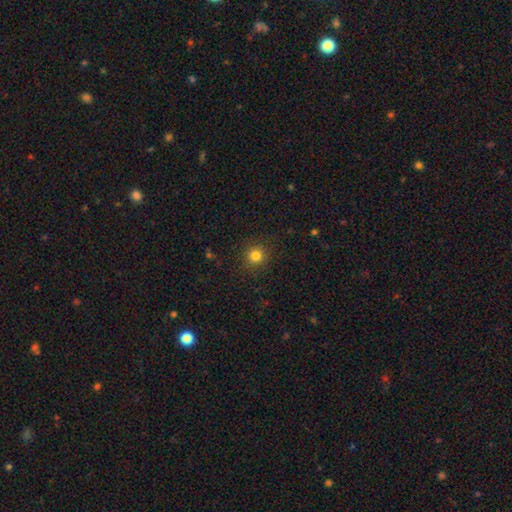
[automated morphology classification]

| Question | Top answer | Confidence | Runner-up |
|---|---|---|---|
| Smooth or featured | smooth | 82% | star or artifact (13%) |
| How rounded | round | 94% | in between (5%) |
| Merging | none | 90% | minor disturbance (6%) |